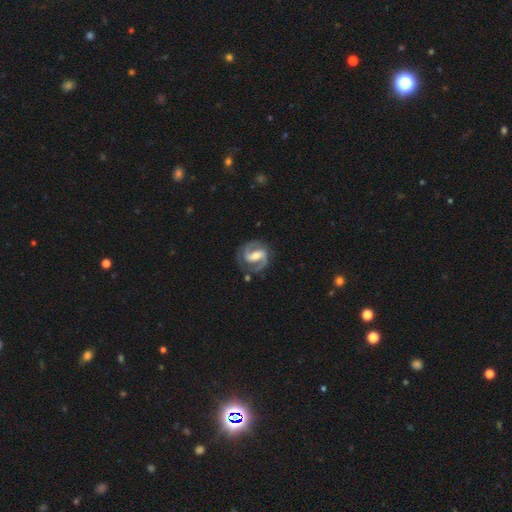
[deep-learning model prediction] Morphology: type=featured or disk (89%); edge-on=no (98%); bar=strong (51%); spiral arms=yes (96%); winding=medium (53%); arm count=2 (92%); bulge=moderate (60%); merging=none (80%).